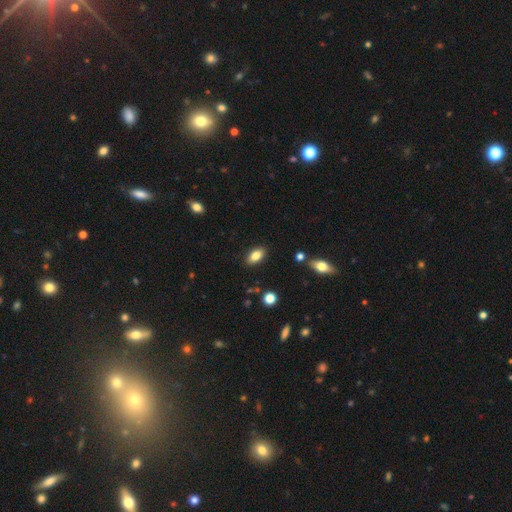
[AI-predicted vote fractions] Smooth or featured: smooth — 83% (featured or disk — 9%)
How rounded: in between — 90% (cigar-shaped — 5%)
Merging: none — 87% (minor disturbance — 9%)